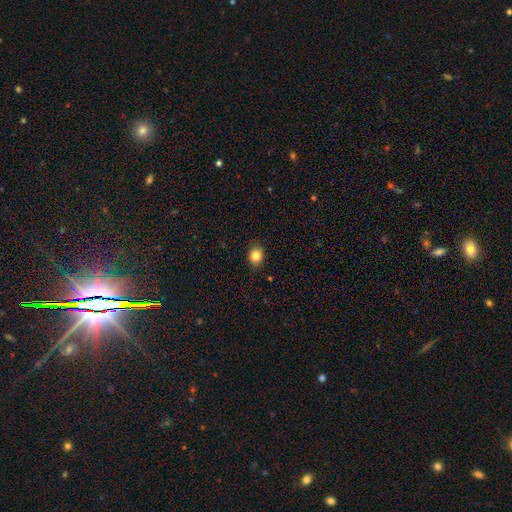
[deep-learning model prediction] smooth_or_featured: smooth (p=0.85) [alt: star or artifact p=0.10]
how_rounded: round (p=0.67) [alt: in between p=0.32]
merging: none (p=0.88) [alt: minor disturbance p=0.09]